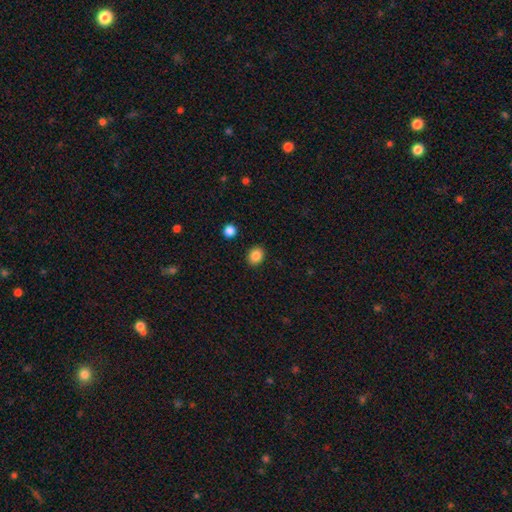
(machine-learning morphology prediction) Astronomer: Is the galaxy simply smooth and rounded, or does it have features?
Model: smooth — 86%.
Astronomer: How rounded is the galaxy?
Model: round — 55% (runner-up: in between, 44%).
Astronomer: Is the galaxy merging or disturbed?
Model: none — 90%.